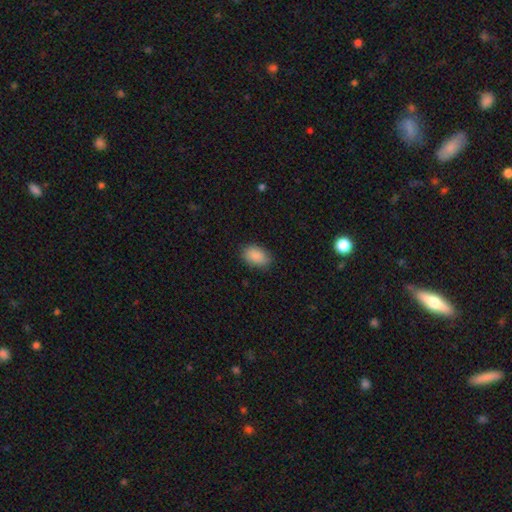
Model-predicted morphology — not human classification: Smooth or featured? smooth (89%)
How rounded? in between (89%)
Merging? none (84%)